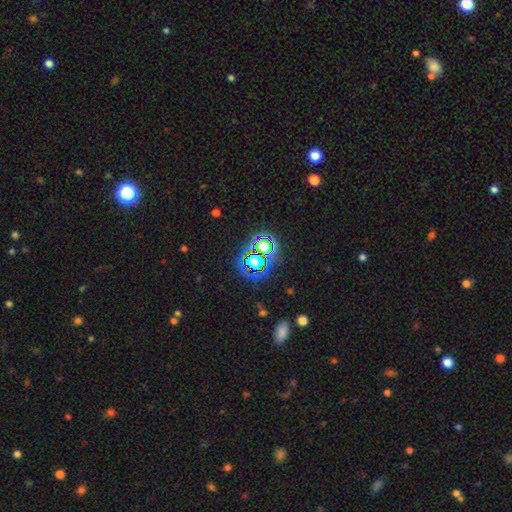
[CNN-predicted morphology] Q: Smooth or featured?
A: star or artifact (74%); runner-up: smooth (16%)